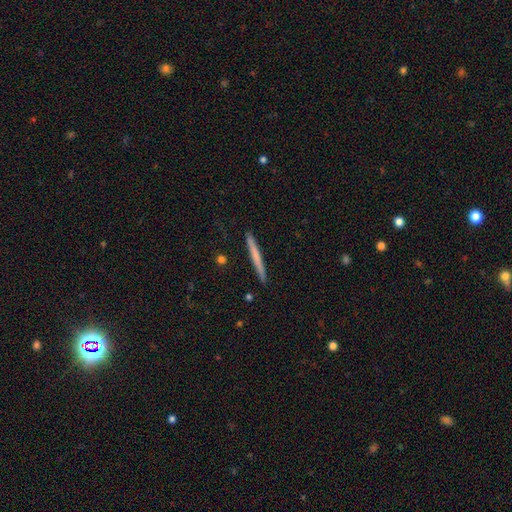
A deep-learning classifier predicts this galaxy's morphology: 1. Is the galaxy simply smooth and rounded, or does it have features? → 55% smooth, 39% featured or disk, 6% star or artifact.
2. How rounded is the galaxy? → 97% cigar-shaped, 2% in between, 1% round.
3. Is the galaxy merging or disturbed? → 90% none, 7% minor disturbance, 1% major disturbance, 1% merger.